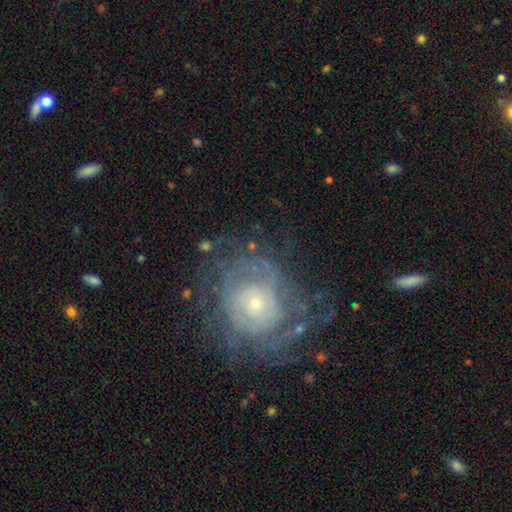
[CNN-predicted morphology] The model was most divided on "bulge size": small: 59%, moderate: 34%, large: 4%, none: 2%, dominant: 1%. More confident: edge-on disk — no (97%); spiral arms — yes (85%); bar — no (76%); smooth or featured — featured or disk (74%); merging — none (74%); spiral winding — tight (73%); spiral arm count — can't tell (53%).